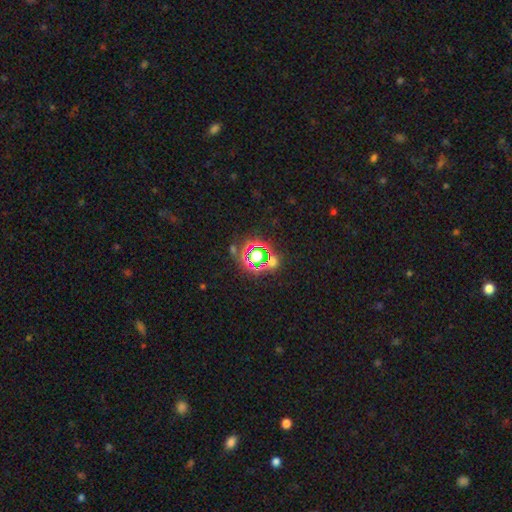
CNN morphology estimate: A star or artifact, not a galaxy (65%).

Vote fractions:
- Smooth or featured? star or artifact: 65% / smooth: 24% / featured or disk: 12%